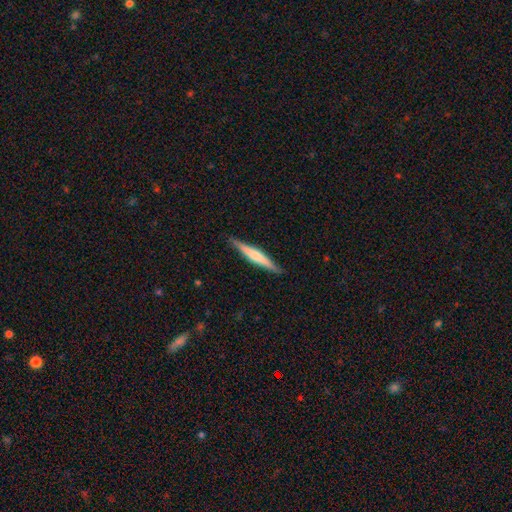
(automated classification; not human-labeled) featured or disk 55%, smooth 40%, star or artifact 5%. Down the decision tree: edge-on disk — yes (97%); edge-on bulge — rounded (56%); merging — none (89%).